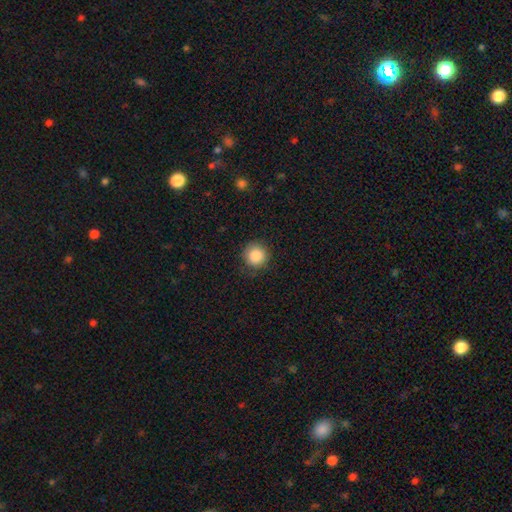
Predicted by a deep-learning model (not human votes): This appears to be a smooth galaxy with no disk features (87%) that is round (94%). Merging: none (87%).